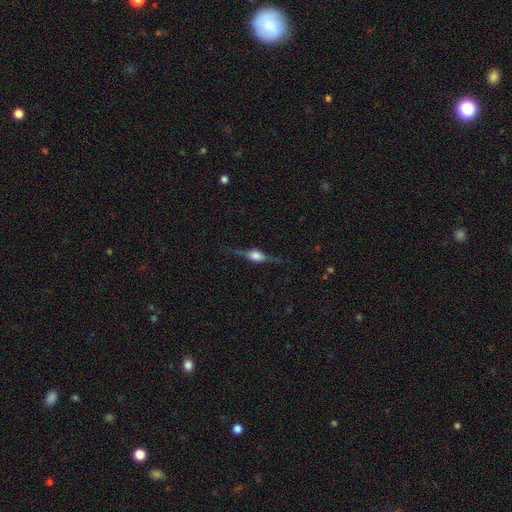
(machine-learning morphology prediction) featured or disk 81%, smooth 13%, star or artifact 7%. Down the decision tree: edge-on disk — yes (97%); edge-on bulge — rounded (89%); merging — none (84%).